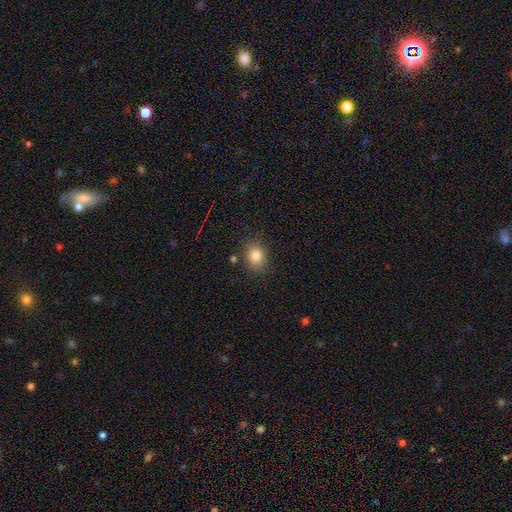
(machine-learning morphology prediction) This appears to be a smooth galaxy with no disk features (84%) that is in between round and cigar-shaped (54%). Merging: none (82%).